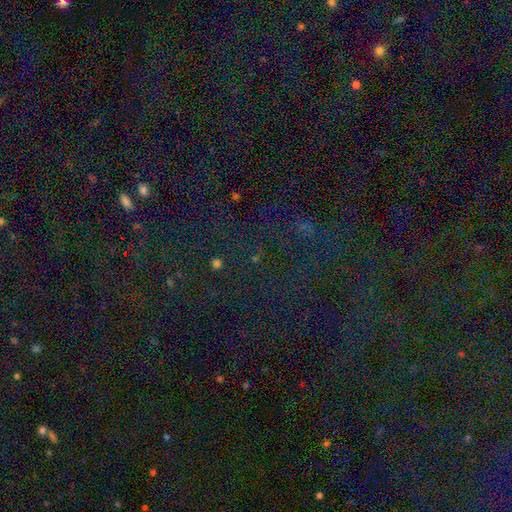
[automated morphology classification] smooth_or_featured: star or artifact (p=0.82) [alt: smooth p=0.11]